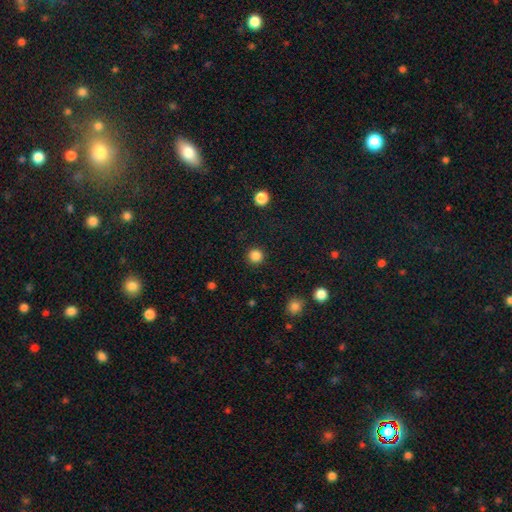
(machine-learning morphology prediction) Smooth or featured? smooth (85%)
How rounded? round (95%)
Merging? none (92%)